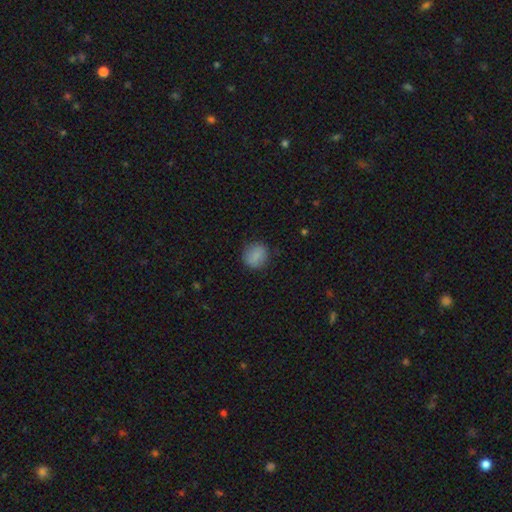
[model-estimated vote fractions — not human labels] Morphology: type=smooth (86%); roundness=round (84%); merging=none (84%).